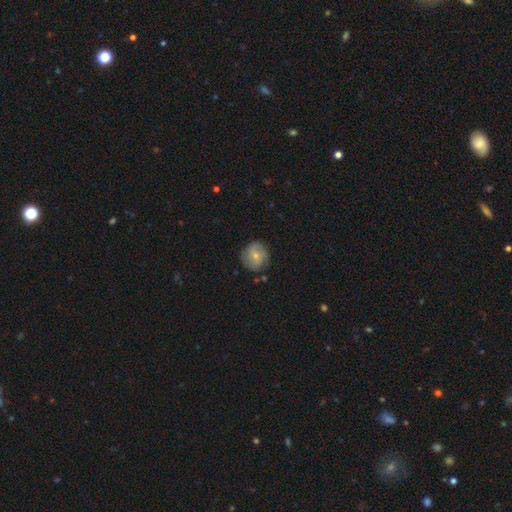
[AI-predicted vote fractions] smooth-or-featured: smooth: 52% | featured or disk: 41% | star or artifact: 7%
  how-rounded: round: 87% | in between: 12% | cigar-shaped: 1%
  merging: none: 76% | minor disturbance: 17% | major disturbance: 5% | merger: 2%